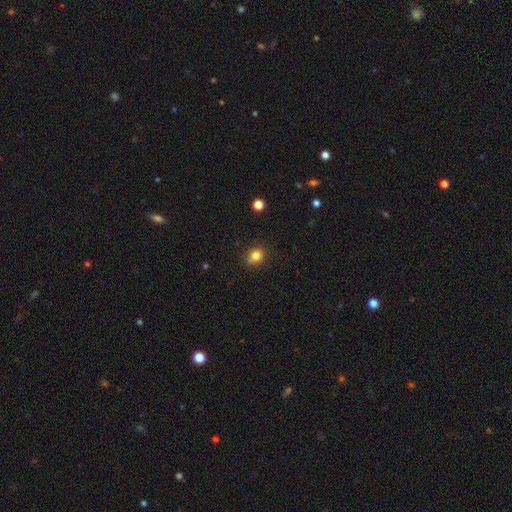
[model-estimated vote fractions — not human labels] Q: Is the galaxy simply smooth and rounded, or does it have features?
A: smooth — 83%.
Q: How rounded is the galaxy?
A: round — 64%.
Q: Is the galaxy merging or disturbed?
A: none — 81%.